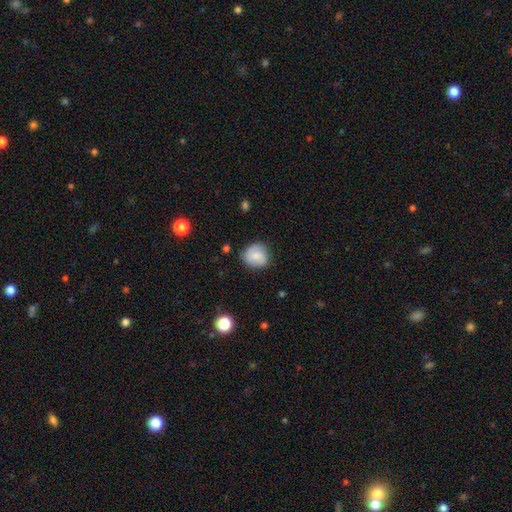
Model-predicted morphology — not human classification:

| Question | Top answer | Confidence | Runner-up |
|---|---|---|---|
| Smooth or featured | smooth | 64% | featured or disk (28%) |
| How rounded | round | 82% | in between (17%) |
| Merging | none | 76% | minor disturbance (18%) |